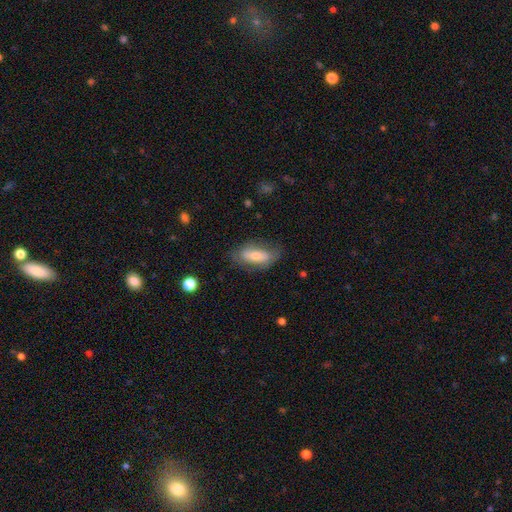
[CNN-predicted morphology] type=smooth (59%); roundness=in between (77%); merging=none (70%).